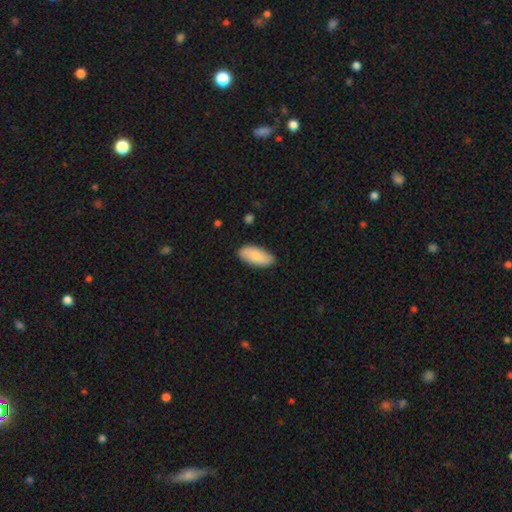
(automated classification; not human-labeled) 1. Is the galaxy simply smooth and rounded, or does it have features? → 81% smooth, 14% featured or disk, 6% star or artifact.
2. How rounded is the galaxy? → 91% in between, 7% cigar-shaped, 2% round.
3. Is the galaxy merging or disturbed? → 82% none, 15% minor disturbance, 2% major disturbance, 1% merger.